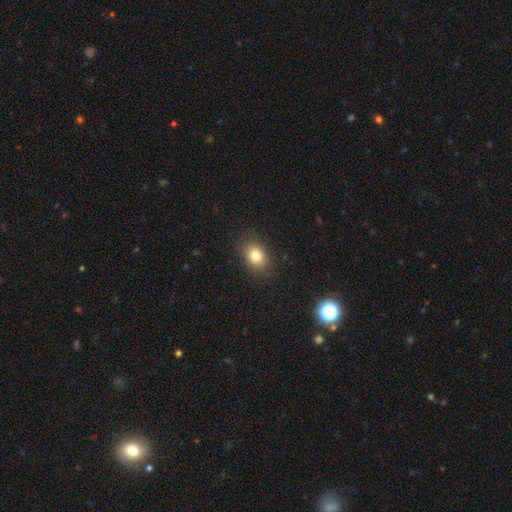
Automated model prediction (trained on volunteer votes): This is clearly a smooth galaxy (81%). How rounded: likely in between (68%). Merging: clearly none (85%).